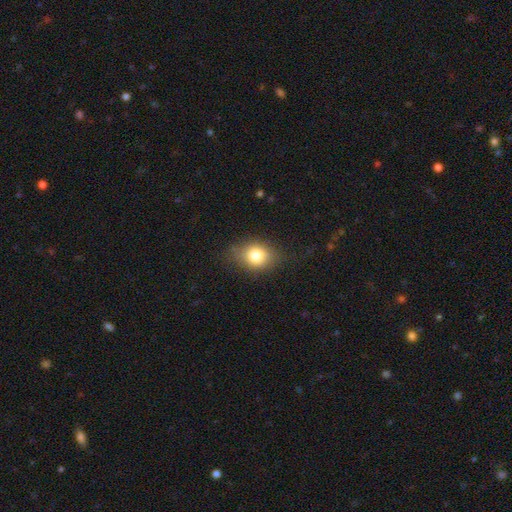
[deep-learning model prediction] Smooth or featured?
  - smooth: 79% *
  - featured or disk: 11%
  - star or artifact: 10%
How rounded?
  - in between: 54% *
  - round: 44%
  - cigar-shaped: 1%
Merging?
  - none: 74% *
  - minor disturbance: 19%
  - major disturbance: 6%
  - merger: 1%